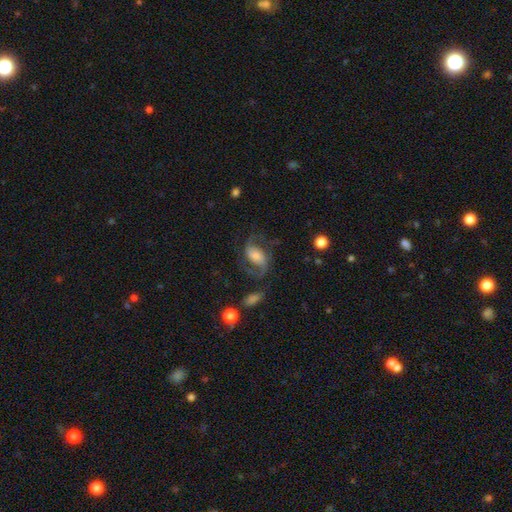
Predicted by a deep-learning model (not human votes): Smooth or featured? featured or disk (82%)
Edge-on disk? no (97%)
Bar? weak (41%)
Spiral arms? yes (96%)
Spiral winding? medium (49%)
Spiral arm count? 2 (91%)
Bulge size? moderate (35%)
Merging? none (64%)